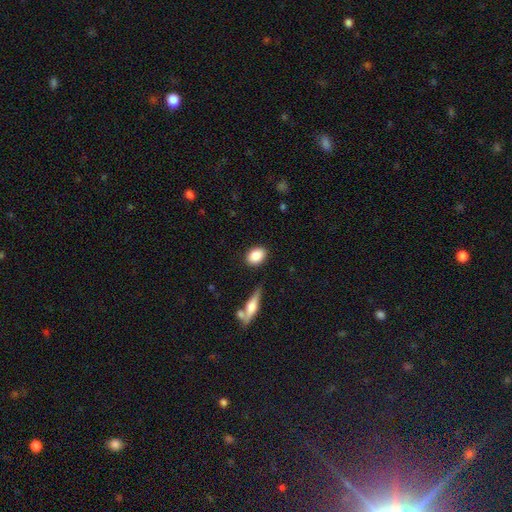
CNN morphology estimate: smooth_or_featured: smooth (p=0.85) [alt: featured or disk p=0.08]
how_rounded: in between (p=0.75) [alt: round p=0.22]
merging: none (p=0.85) [alt: minor disturbance p=0.10]